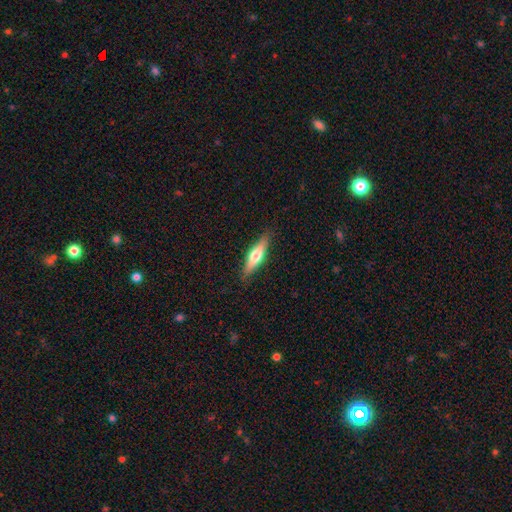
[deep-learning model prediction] This appears to be a smooth galaxy with no disk features (48%). Merging: none (87%).